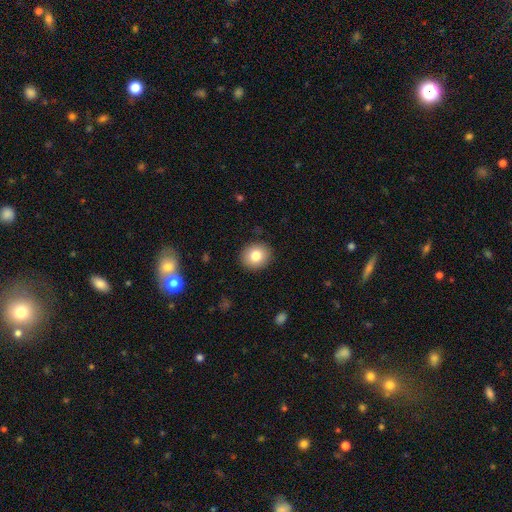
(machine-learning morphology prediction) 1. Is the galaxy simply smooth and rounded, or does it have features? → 80% smooth, 10% featured or disk, 10% star or artifact.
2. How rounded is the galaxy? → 81% round, 18% in between, 1% cigar-shaped.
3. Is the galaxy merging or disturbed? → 90% none, 7% minor disturbance, 2% major disturbance, 1% merger.